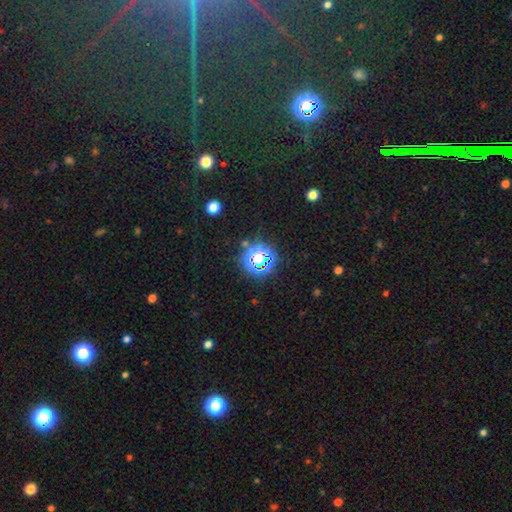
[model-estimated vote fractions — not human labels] Smooth or featured? Predicted: star or artifact (p=0.72).